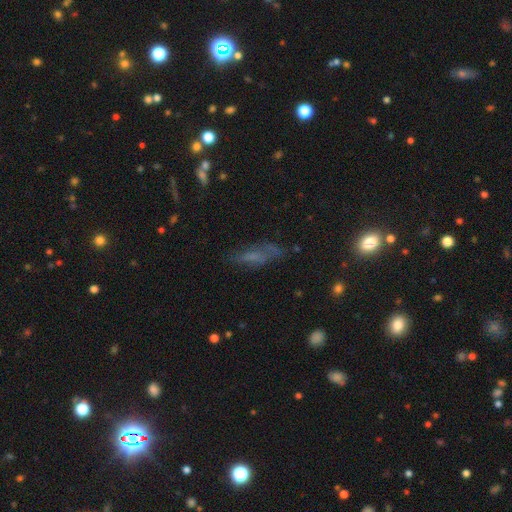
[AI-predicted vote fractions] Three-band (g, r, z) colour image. It shows a smooth galaxy with no disk features (43%). Merging: none (60%).